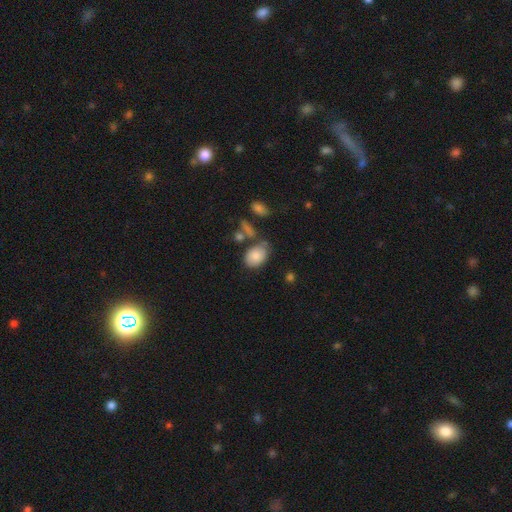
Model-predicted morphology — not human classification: A smooth galaxy with no disk features (80%) that is in between round and cigar-shaped (80%). Merging: none (57%).